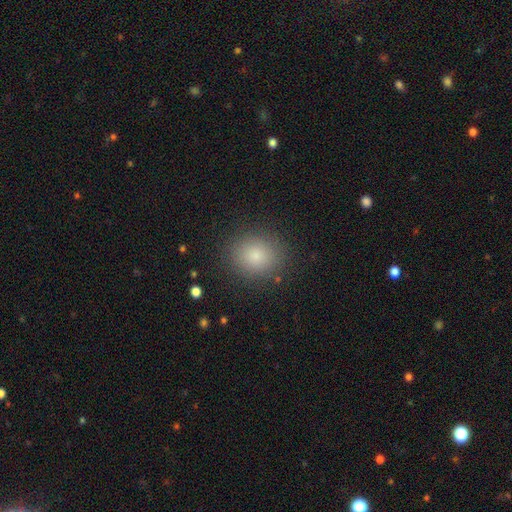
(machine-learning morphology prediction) A smooth galaxy with no disk features (82%) that is round (70%).

Vote fractions:
- Smooth or featured? smooth: 82% / star or artifact: 11% / featured or disk: 7%
- How rounded? round: 70% / in between: 29% / cigar-shaped: 1%
- Merging? none: 87% / minor disturbance: 9% / major disturbance: 3% / merger: 1%